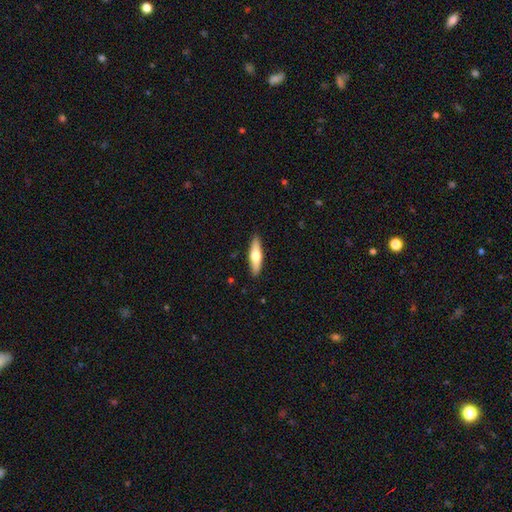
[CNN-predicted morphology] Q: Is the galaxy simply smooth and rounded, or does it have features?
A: smooth — 52%.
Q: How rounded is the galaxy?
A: cigar-shaped — 66%.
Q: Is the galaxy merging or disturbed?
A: none — 90%.